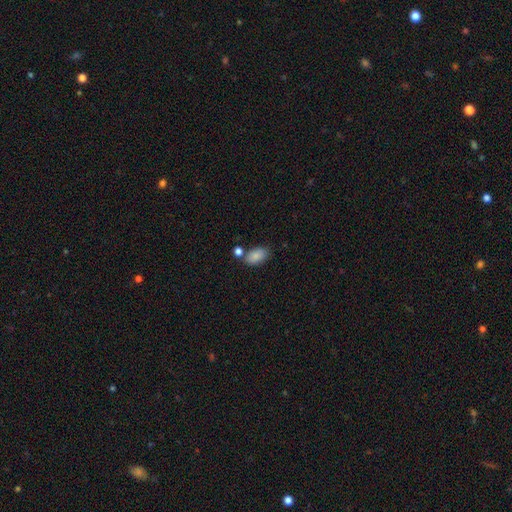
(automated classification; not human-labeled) This appears to be a smooth galaxy with no disk features (86%) that is in between round and cigar-shaped (93%). Merging: none (68%).